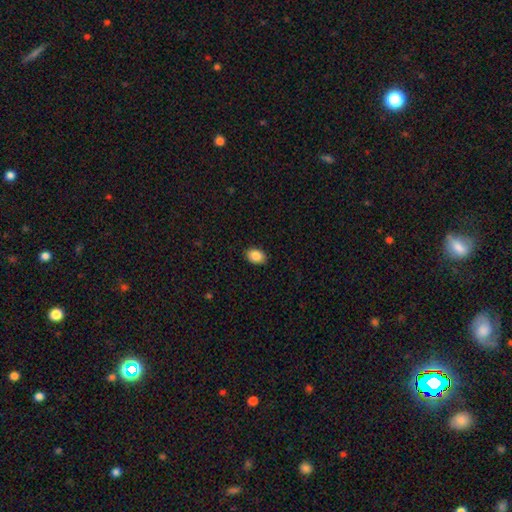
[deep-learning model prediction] Smooth or featured? smooth (87%)
How rounded? in between (75%)
Merging? none (90%)